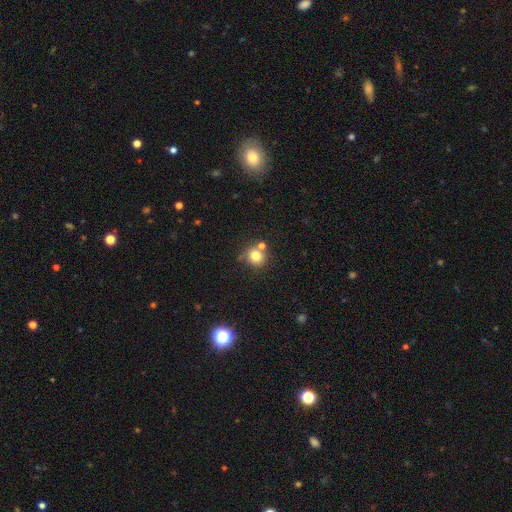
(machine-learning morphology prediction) smooth_or_featured: smooth (p=0.77) [alt: star or artifact p=0.13]
how_rounded: round (p=0.85) [alt: in between p=0.14]
merging: none (p=0.67) [alt: merger p=0.20]